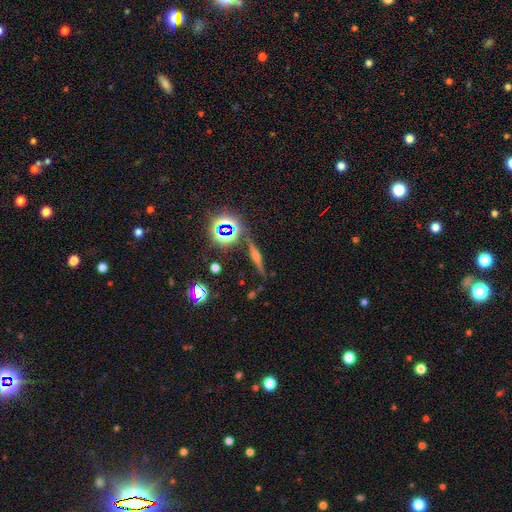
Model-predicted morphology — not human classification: Overall: featured or disk (57%; star or artifact 23%). Edge-on disk: yes (94%). Edge-on bulge: rounded (79%). Merging: none (85%).